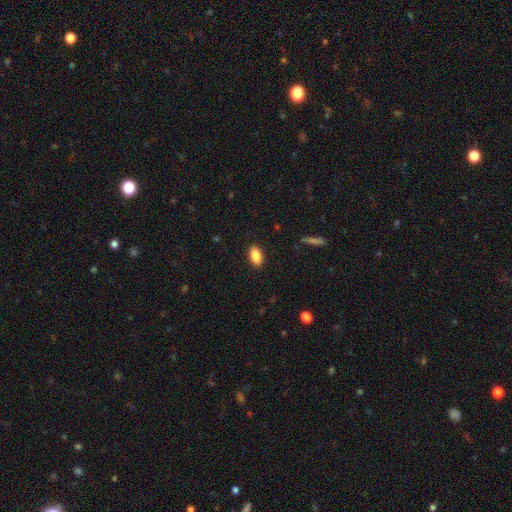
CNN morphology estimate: Overall: smooth (86%). How rounded: in between (91%). Merging: none (88%).